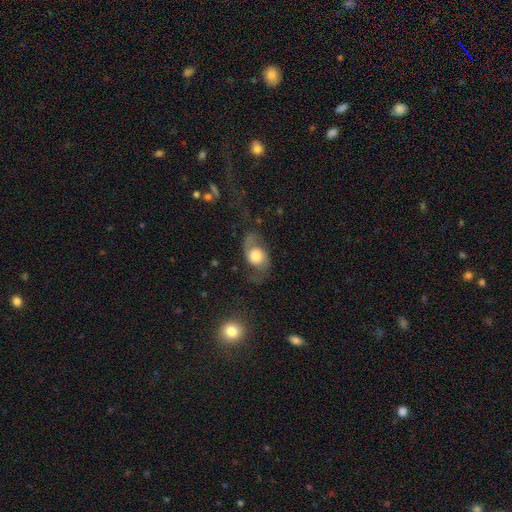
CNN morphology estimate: Q: Smooth or featured?
A: featured or disk (57%); runner-up: smooth (36%)
Q: Edge-on disk?
A: no (93%); runner-up: yes (7%)
Q: Bar?
A: no (75%); runner-up: weak (21%)
Q: Spiral arms?
A: yes (82%); runner-up: no (18%)
Q: Bulge size?
A: large (48%); runner-up: moderate (36%)
Q: Merging?
A: none (56%); runner-up: minor disturbance (21%)